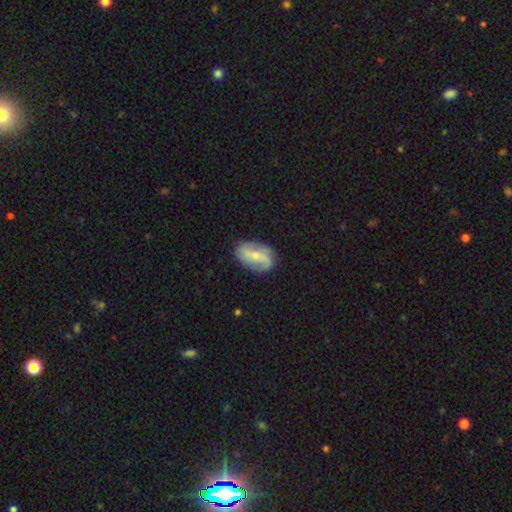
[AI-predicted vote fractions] Morphology: type=featured or disk (68%); edge-on=no (96%); bar=no (42%); spiral arms=yes (88%); winding=loose (52%); arm count=2 (74%); bulge=small (67%); merging=none (77%).